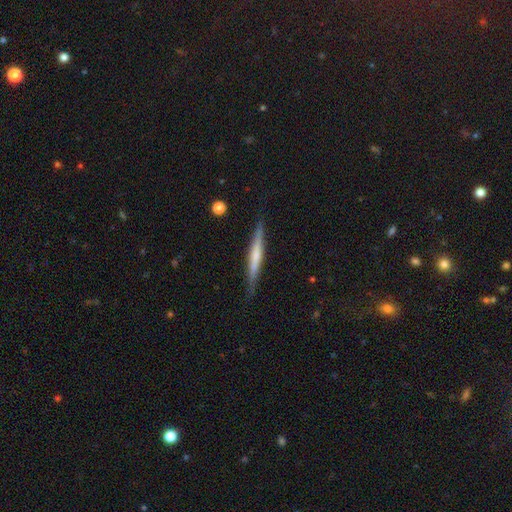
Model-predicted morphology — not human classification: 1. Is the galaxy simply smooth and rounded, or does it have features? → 56% featured or disk, 39% smooth, 6% star or artifact.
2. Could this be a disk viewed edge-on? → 97% yes, 3% no.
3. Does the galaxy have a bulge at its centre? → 50% none, 37% rounded, 14% boxy.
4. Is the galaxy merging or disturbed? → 86% none, 10% minor disturbance, 2% major disturbance, 1% merger.